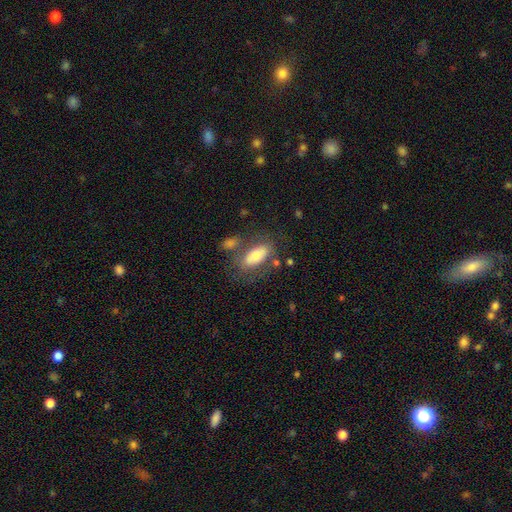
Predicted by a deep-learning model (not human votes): Smooth or featured? smooth (66%)
How rounded? in between (85%)
Merging? none (60%)